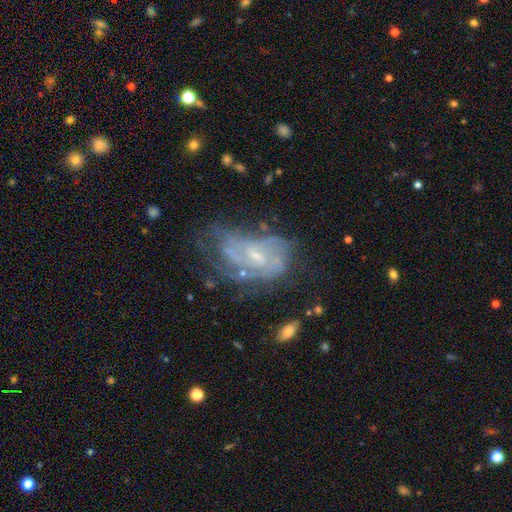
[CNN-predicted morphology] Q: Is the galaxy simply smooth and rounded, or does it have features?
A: featured or disk — 76%.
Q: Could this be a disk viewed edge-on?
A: no — 96%.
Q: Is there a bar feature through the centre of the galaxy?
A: no — 47%.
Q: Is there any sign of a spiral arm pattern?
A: yes — 77%.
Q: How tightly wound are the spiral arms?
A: tight — 46%.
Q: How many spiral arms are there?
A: can't tell — 49%.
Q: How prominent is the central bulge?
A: small — 65%.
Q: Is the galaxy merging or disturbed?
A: none — 43%.